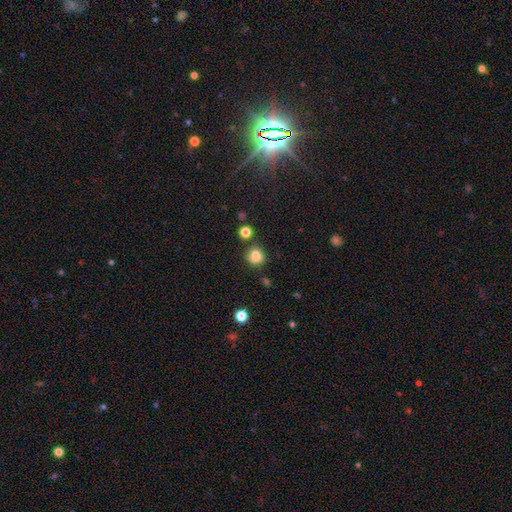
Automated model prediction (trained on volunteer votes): smooth_or_featured: smooth (p=0.82) [alt: star or artifact p=0.13]
how_rounded: round (p=0.80) [alt: in between p=0.19]
merging: none (p=0.70) [alt: minor disturbance p=0.16]